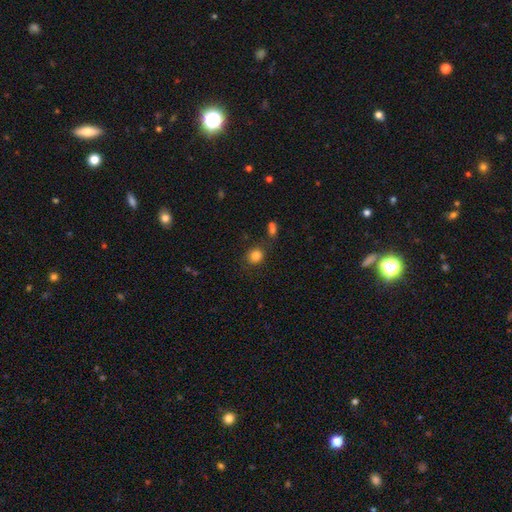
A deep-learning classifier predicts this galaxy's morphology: Overall: smooth (83%). How rounded: round (77%). Merging: none (79%).